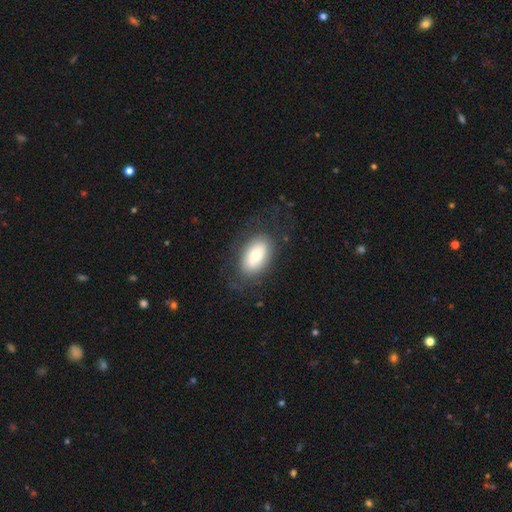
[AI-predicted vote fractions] Morphology: type=smooth (73%); roundness=in between (93%); merging=none (73%).